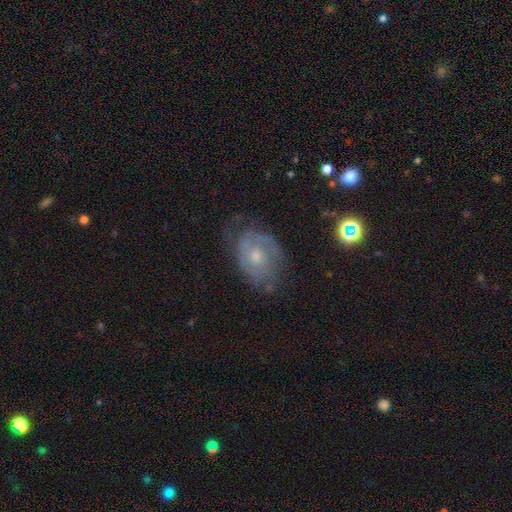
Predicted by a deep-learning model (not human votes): Smooth or featured? featured or disk (75%)
Edge-on disk? no (96%)
Bar? no (73%)
Spiral arms? yes (86%)
Spiral winding? tight (57%)
Spiral arm count? can't tell (40%)
Bulge size? small (49%)
Merging? none (62%)